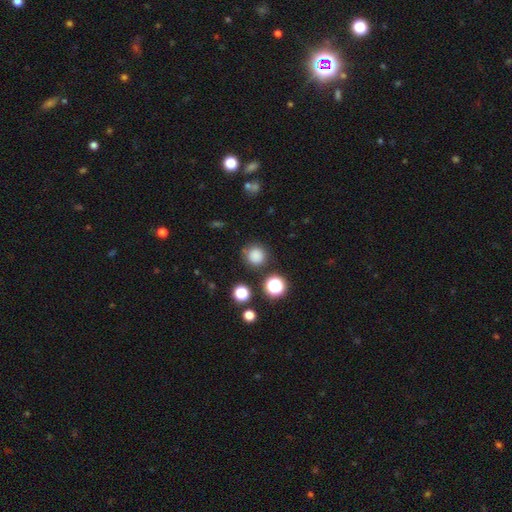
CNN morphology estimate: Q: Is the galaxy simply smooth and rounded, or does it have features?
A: smooth — 81%.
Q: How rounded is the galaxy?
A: round — 93%.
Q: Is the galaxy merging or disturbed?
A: none — 83%.